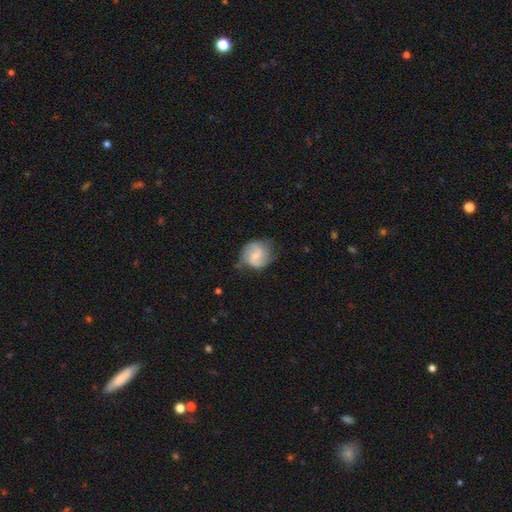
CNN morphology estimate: The model was most divided on "bulge size": small: 52%, moderate: 38%, none: 7%, large: 2%, dominant: 1%. Remaining: edge-on disk — no (98%); spiral arms — yes (92%); spiral arm count — 2 (84%); smooth or featured — featured or disk (68%); merging — none (65%); bar — weak (52%); spiral winding — medium (48%).